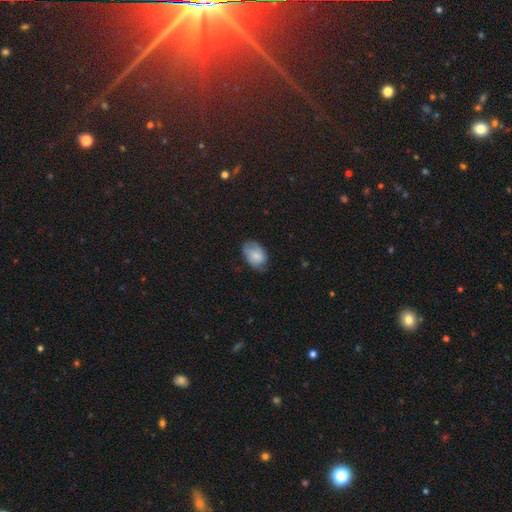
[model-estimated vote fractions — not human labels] Morphology: type=smooth (71%); roundness=in between (84%); merging=none (57%).